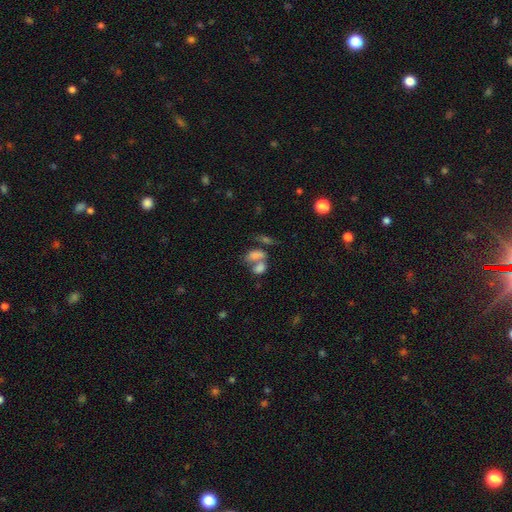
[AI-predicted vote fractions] The model was most divided on "merging": merger: 57%, none: 27%, minor disturbance: 9%, major disturbance: 8%. More confident: how rounded — in between (79%); smooth or featured — smooth (69%).